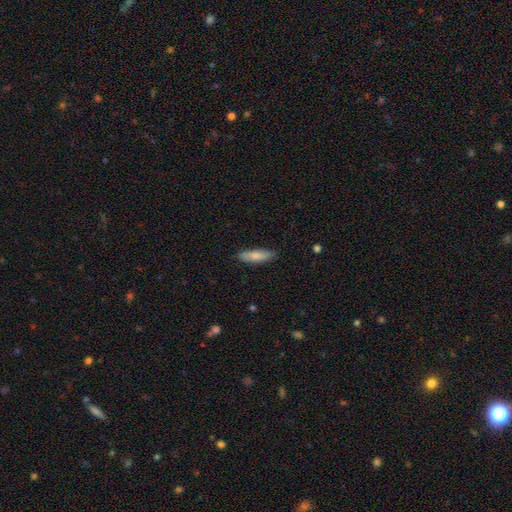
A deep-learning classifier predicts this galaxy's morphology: smooth-or-featured: smooth: 79% | featured or disk: 16% | star or artifact: 6%
  how-rounded: cigar-shaped: 55% | in between: 44% | round: 2%
  merging: none: 85% | minor disturbance: 12% | major disturbance: 2% | merger: 1%